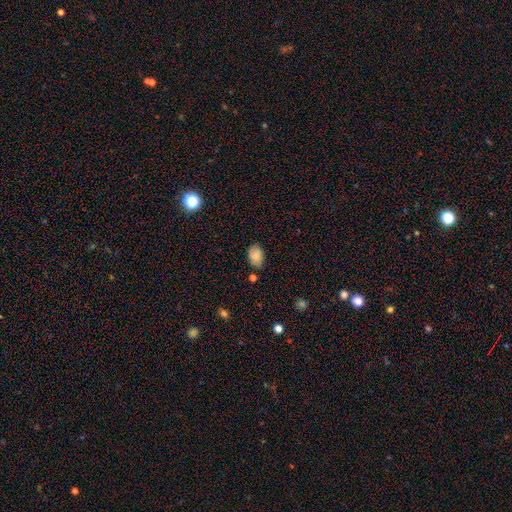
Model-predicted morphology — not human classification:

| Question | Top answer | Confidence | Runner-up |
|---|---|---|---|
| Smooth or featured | smooth | 84% | star or artifact (9%) |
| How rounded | in between | 83% | round (16%) |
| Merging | none | 75% | minor disturbance (19%) |